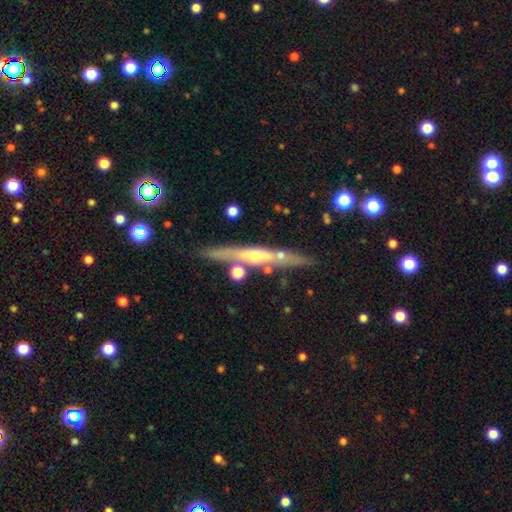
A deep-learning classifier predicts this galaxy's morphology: Smooth or featured? featured or disk (71%)
Edge-on disk? yes (93%)
Edge-on bulge? rounded (78%)
Merging? none (80%)